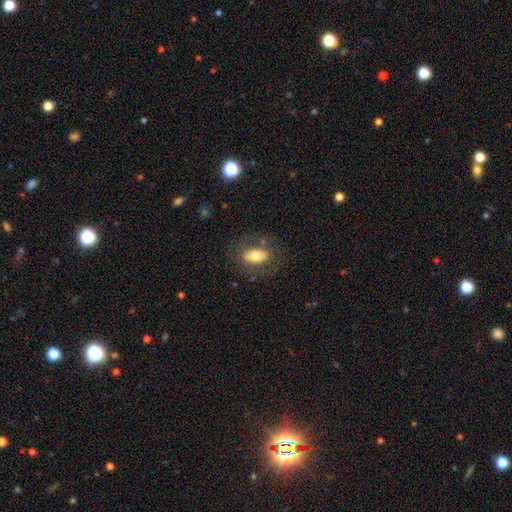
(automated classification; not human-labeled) Morphology: type=smooth (66%); roundness=in between (86%); merging=none (75%).